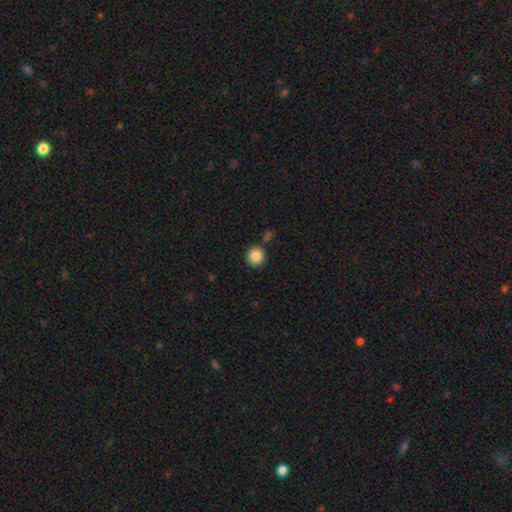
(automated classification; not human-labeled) Q: Smooth or featured?
A: smooth (87%); runner-up: star or artifact (9%)
Q: How rounded?
A: round (93%); runner-up: in between (7%)
Q: Merging?
A: none (84%); runner-up: minor disturbance (8%)